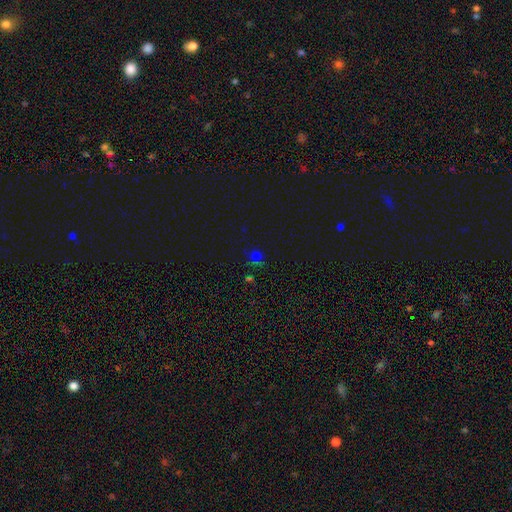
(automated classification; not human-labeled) The model was most divided on "smooth or featured": star or artifact: 50%, smooth: 41%, featured or disk: 9%.